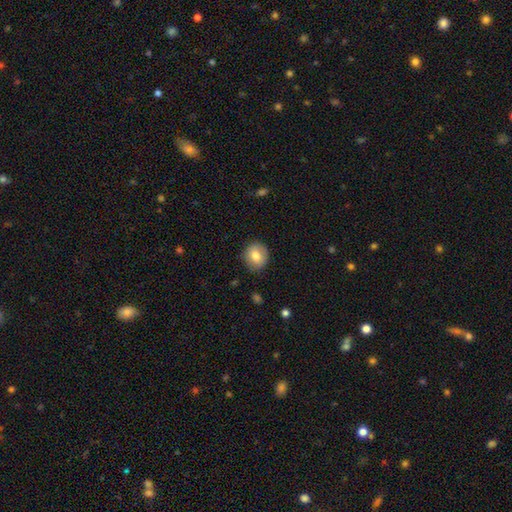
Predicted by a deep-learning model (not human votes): The model was most divided on "smooth or featured": smooth: 76%, featured or disk: 16%, star or artifact: 8%. More confident: merging — none (83%); how rounded — round (80%).